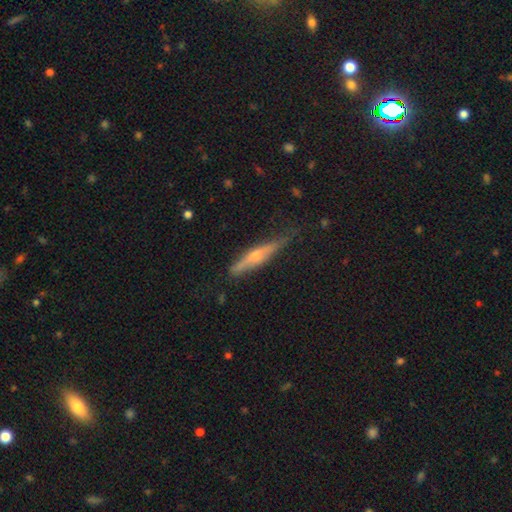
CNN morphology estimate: This is likely a featured or disk galaxy (63%). It is clearly viewed edge-on (94%). Edge-on bulge: clearly rounded (84%). Merging: likely none (77%).